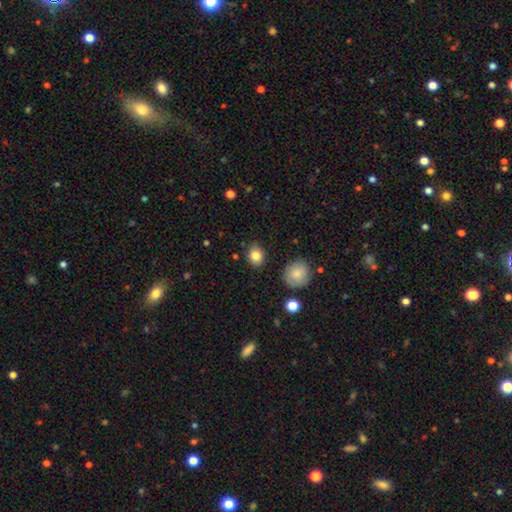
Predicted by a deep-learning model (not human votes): Smooth or featured?
  - smooth: 84% *
  - star or artifact: 10%
  - featured or disk: 7%
How rounded?
  - in between: 50% *
  - round: 49%
  - cigar-shaped: 1%
Merging?
  - none: 85% *
  - minor disturbance: 10%
  - major disturbance: 3%
  - merger: 2%